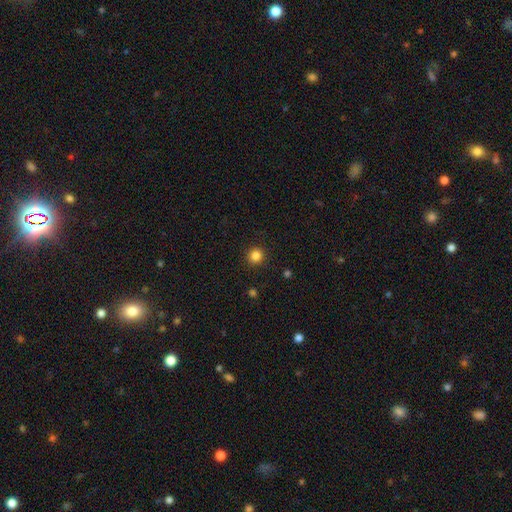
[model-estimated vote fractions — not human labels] smooth_or_featured: smooth (p=0.84) [alt: star or artifact p=0.12]
how_rounded: round (p=0.94) [alt: in between p=0.05]
merging: none (p=0.92) [alt: minor disturbance p=0.05]